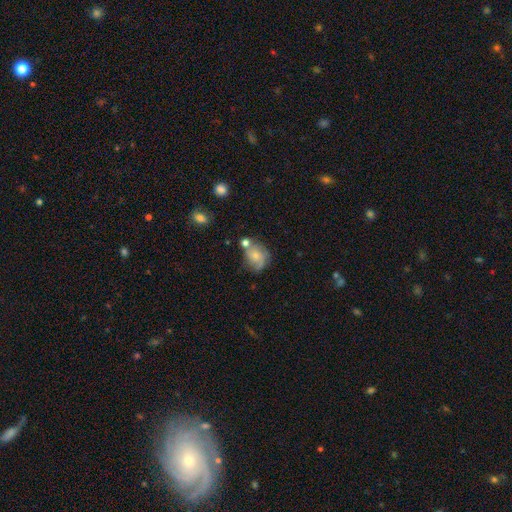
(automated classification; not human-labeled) Smooth or featured? smooth (48%)
Merging? none (43%)